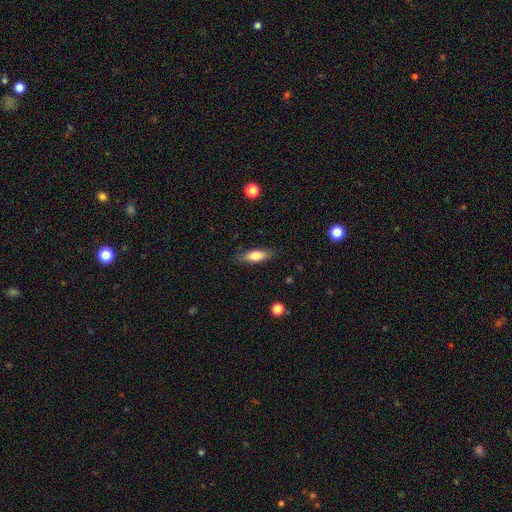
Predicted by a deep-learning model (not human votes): Overall: smooth (75%). How rounded: in between (67%; cigar-shaped 31%). Merging: none (83%).